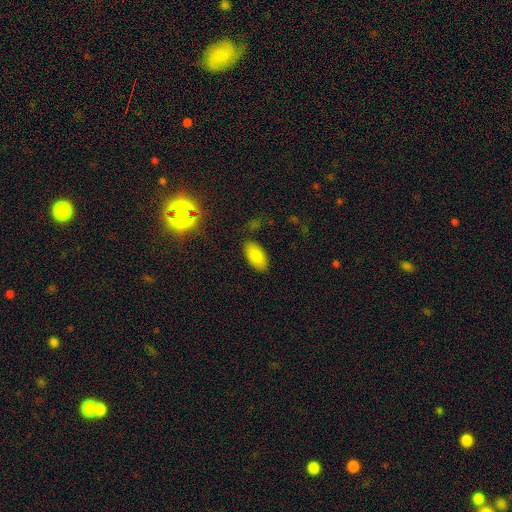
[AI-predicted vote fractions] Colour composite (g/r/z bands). It shows a smooth galaxy with no disk features (80%) that is in between round and cigar-shaped (94%). Merging: none (85%).